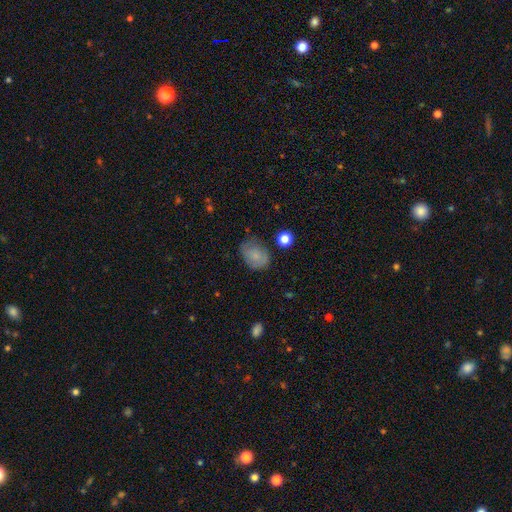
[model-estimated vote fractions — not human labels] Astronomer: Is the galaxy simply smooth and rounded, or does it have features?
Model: smooth — 77%.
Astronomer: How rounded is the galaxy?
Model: in between — 69%.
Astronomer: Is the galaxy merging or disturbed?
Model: none — 60%.